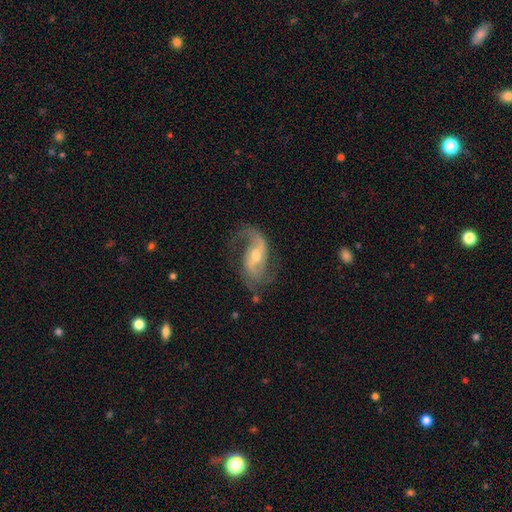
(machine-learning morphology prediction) Smooth or featured? Predicted: featured or disk (p=0.88). Edge-on disk? Predicted: no (p=0.96). Bar? Predicted: weak (p=0.47). Spiral arms? Predicted: yes (p=0.96). Spiral winding? Predicted: loose (p=0.47). Spiral arm count? Predicted: 2 (p=0.81). Bulge size? Predicted: moderate (p=0.60). Merging? Predicted: none (p=0.64).